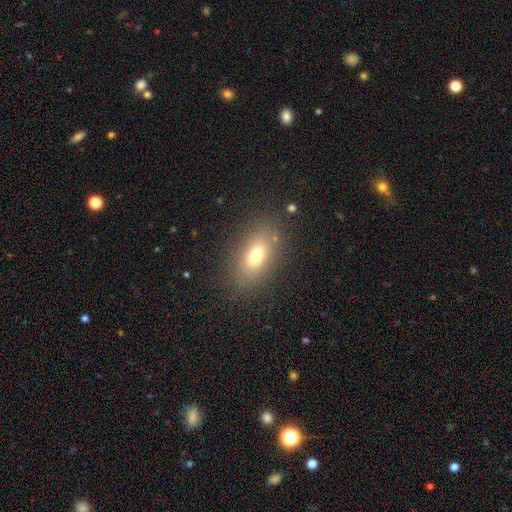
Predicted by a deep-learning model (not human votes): The model was most divided on "smooth or featured": smooth: 71%, featured or disk: 16%, star or artifact: 13%. More confident: merging — none (83%); how rounded — in between (82%).